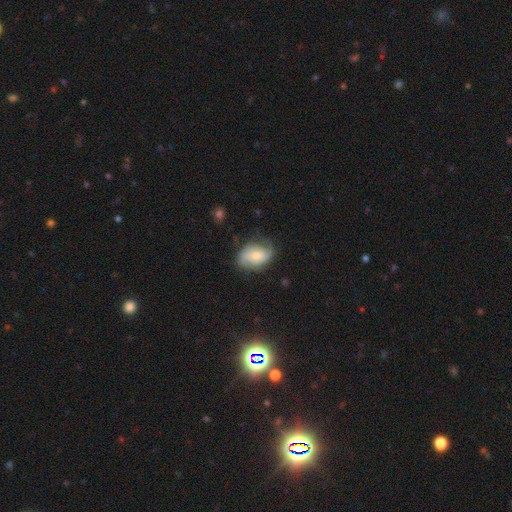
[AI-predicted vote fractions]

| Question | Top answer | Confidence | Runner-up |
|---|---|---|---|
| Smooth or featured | featured or disk | 53% | smooth (39%) |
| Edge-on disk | no | 96% | yes (4%) |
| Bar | no | 57% | weak (35%) |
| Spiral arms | yes | 87% | no (13%) |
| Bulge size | small | 42% | moderate (37%) |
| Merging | none | 59% | minor disturbance (27%) |